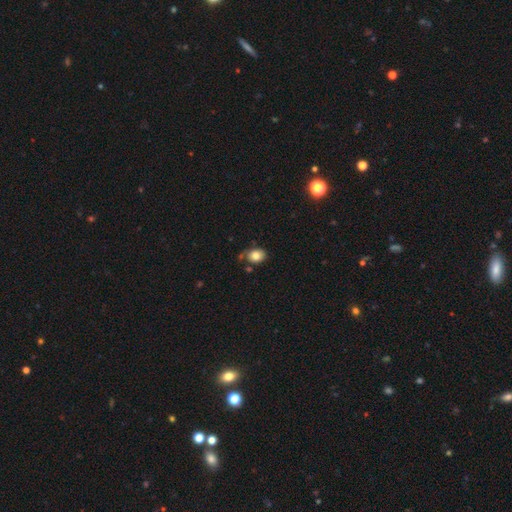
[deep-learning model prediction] Smooth or featured?
  - smooth: 80% *
  - featured or disk: 12%
  - star or artifact: 9%
How rounded?
  - in between: 63% *
  - round: 36%
  - cigar-shaped: 1%
Merging?
  - none: 63% *
  - minor disturbance: 22%
  - merger: 8%
  - major disturbance: 7%